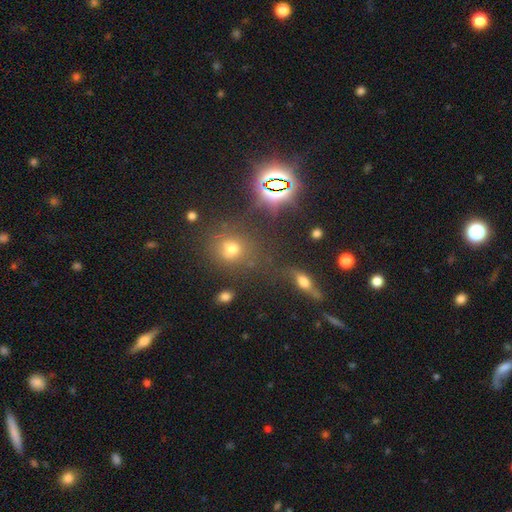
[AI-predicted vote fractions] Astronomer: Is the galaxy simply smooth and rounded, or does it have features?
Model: star or artifact — 48% (runner-up: smooth, 43%).